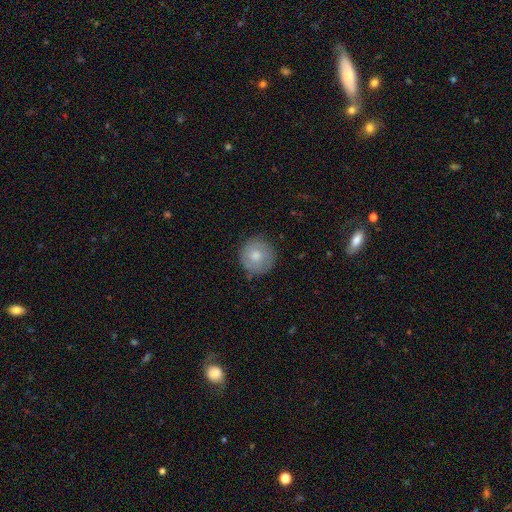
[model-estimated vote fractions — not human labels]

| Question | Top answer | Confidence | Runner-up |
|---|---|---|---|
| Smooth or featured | smooth | 68% | featured or disk (25%) |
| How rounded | round | 95% | in between (4%) |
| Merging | none | 84% | minor disturbance (12%) |